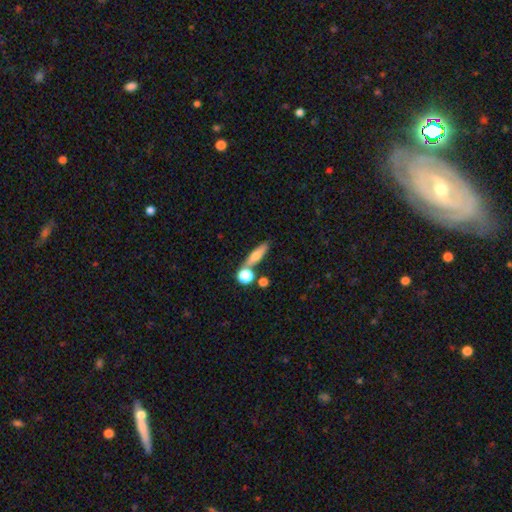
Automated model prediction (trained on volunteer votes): A smooth galaxy with no disk features (61%) that is cigar-shaped (59%).

Vote fractions:
- Smooth or featured? smooth: 61% / featured or disk: 29% / star or artifact: 10%
- How rounded? cigar-shaped: 59% / in between: 30% / round: 11%
- Merging? none: 65% / merger: 18% / minor disturbance: 12% / major disturbance: 5%